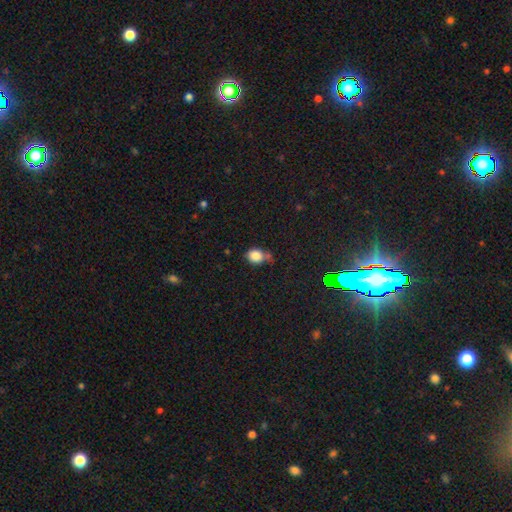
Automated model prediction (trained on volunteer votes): Morphology: type=smooth (83%); roundness=round (58%); merging=none (51%).